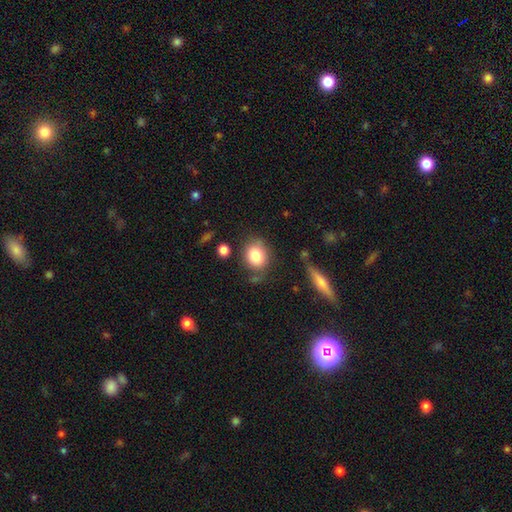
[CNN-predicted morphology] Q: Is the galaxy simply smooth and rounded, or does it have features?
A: smooth — 83%.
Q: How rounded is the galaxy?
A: round — 52%.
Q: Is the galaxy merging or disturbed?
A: none — 70%.